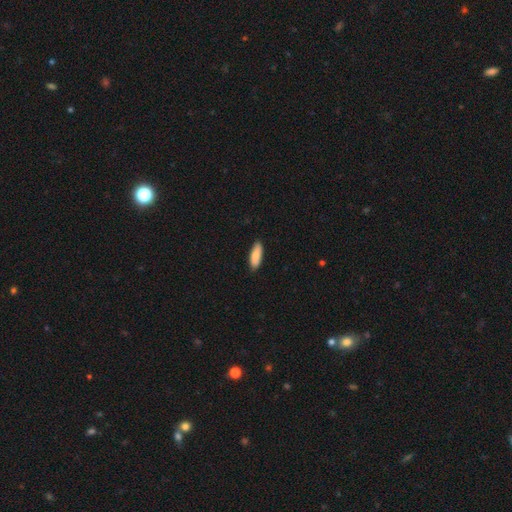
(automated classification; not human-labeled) The model was most divided on "how rounded": in between: 62%, cigar-shaped: 36%, round: 2%. More confident: merging — none (89%); smooth or featured — smooth (85%).